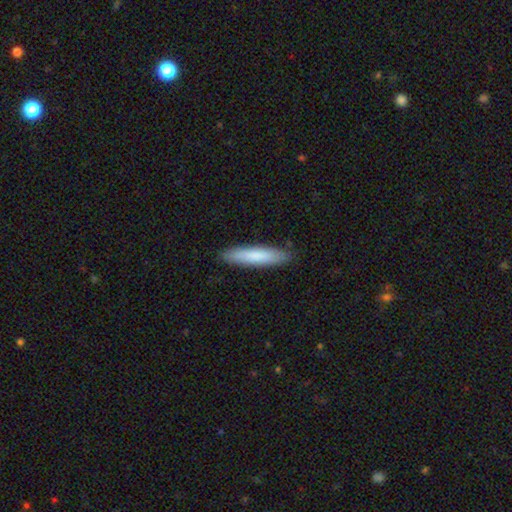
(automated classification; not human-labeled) smooth-or-featured: smooth: 81% | featured or disk: 14% | star or artifact: 5%
  how-rounded: cigar-shaped: 86% | in between: 13% | round: 1%
  merging: none: 89% | minor disturbance: 8% | major disturbance: 2% | merger: 1%